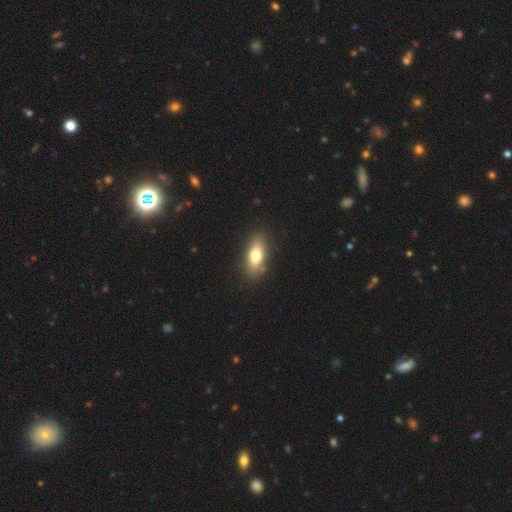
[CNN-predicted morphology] Overall: smooth (73%). How rounded: in between (76%). Merging: none (86%).